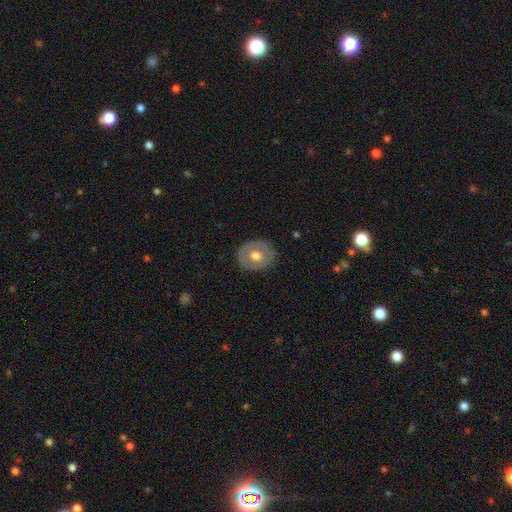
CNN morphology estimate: This is possibly a smooth galaxy (56%). How rounded: likely round (69%). Merging: clearly none (85%).